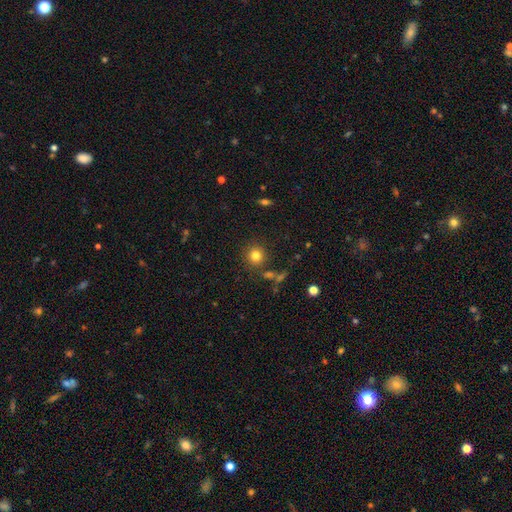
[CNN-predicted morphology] Smooth or featured: smooth — 81% (star or artifact — 12%)
How rounded: round — 91% (in between — 8%)
Merging: none — 84% (minor disturbance — 8%)